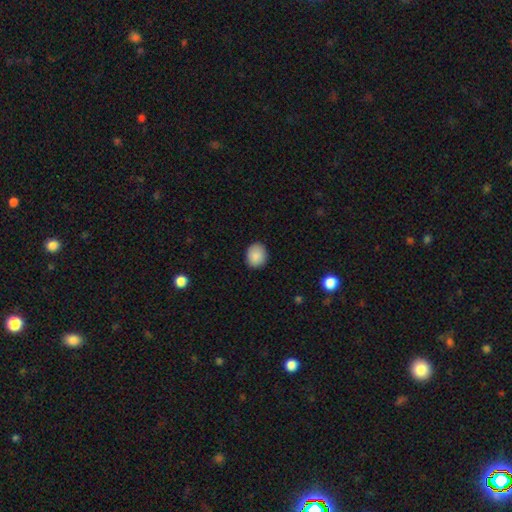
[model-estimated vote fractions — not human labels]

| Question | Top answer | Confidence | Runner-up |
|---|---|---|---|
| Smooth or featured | smooth | 88% | star or artifact (8%) |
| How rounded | round | 65% | in between (34%) |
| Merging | none | 86% | minor disturbance (10%) |